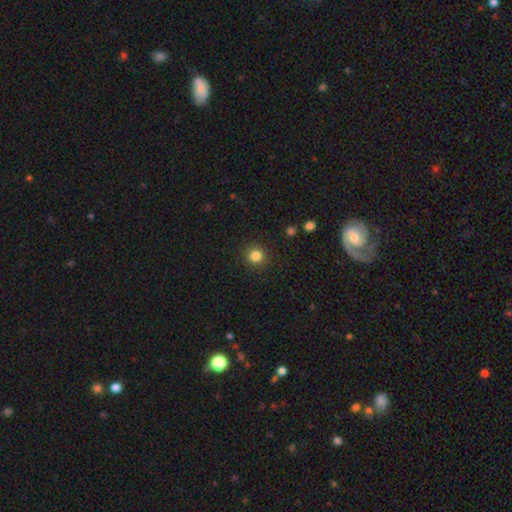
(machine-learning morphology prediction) Overall: smooth (83%). How rounded: round (93%). Merging: none (91%).